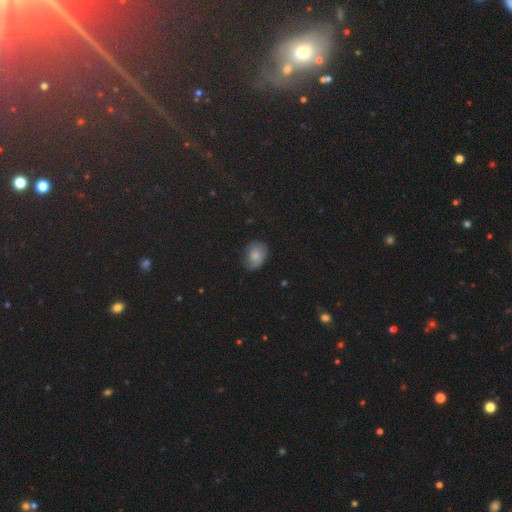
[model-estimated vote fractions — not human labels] Smooth or featured?
  - smooth: 78% *
  - star or artifact: 11%
  - featured or disk: 11%
How rounded?
  - in between: 62% *
  - round: 36%
  - cigar-shaped: 1%
Merging?
  - none: 69% *
  - minor disturbance: 24%
  - major disturbance: 6%
  - merger: 1%